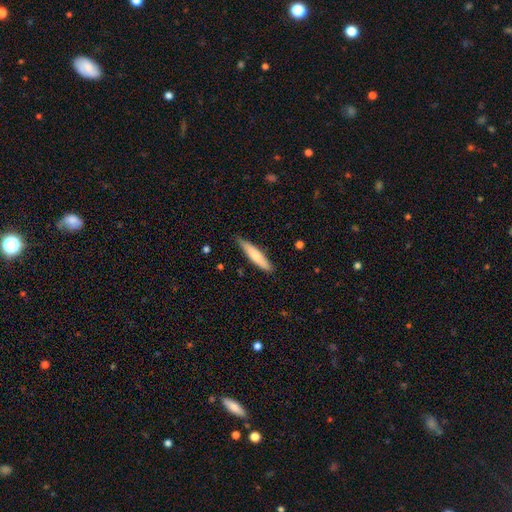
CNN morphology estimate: type=smooth (71%); roundness=cigar-shaped (86%); merging=none (81%).